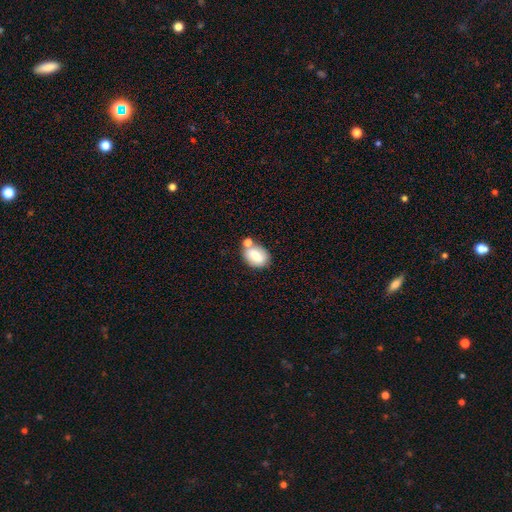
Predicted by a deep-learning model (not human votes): Overall: smooth (74%). How rounded: in between (71%). Merging: none (59%; merger 22%).